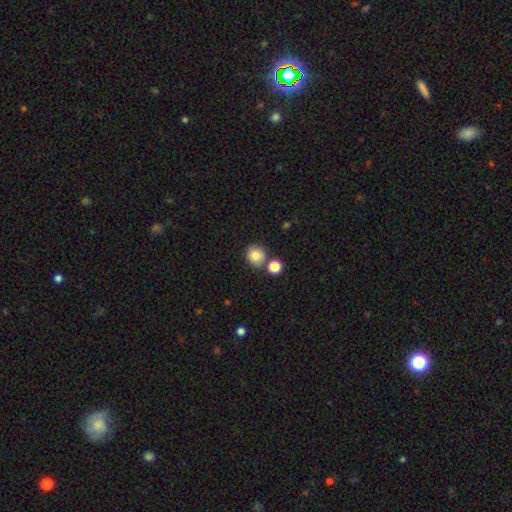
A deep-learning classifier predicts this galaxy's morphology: Smooth or featured: smooth — 84% (star or artifact — 10%)
How rounded: round — 85% (in between — 14%)
Merging: none — 71% (merger — 16%)